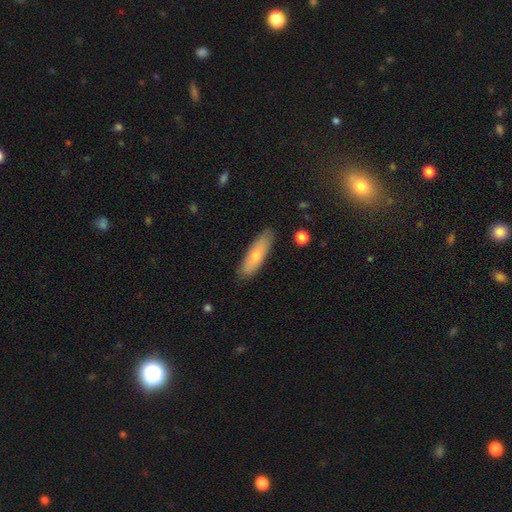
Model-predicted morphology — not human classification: A smooth galaxy with no disk features (68%) that is cigar-shaped (56%).

Vote fractions:
- Smooth or featured? smooth: 68% / featured or disk: 26% / star or artifact: 6%
- How rounded? cigar-shaped: 56% / in between: 42% / round: 2%
- Merging? none: 85% / minor disturbance: 12% / major disturbance: 2% / merger: 1%